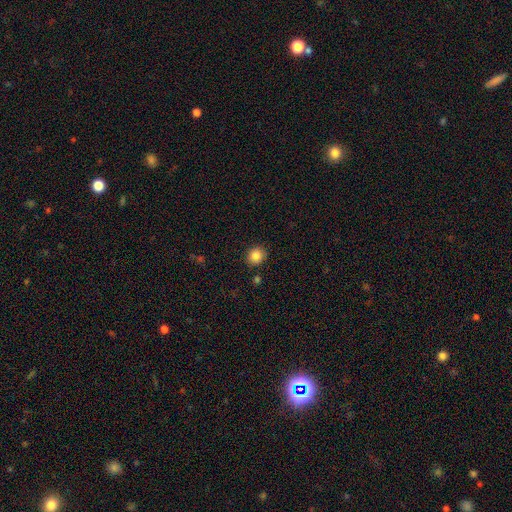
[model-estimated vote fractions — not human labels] Smooth or featured: smooth — 85% (star or artifact — 10%)
How rounded: round — 80% (in between — 19%)
Merging: none — 88% (minor disturbance — 8%)